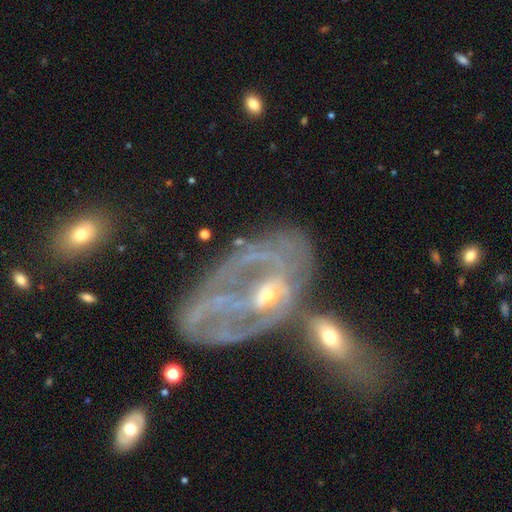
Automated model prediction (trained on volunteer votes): Morphology: type=featured or disk (75%); edge-on=no (94%); bar=no (62%); spiral arms=yes (59%); bulge=small (56%); merging=merger (34%).